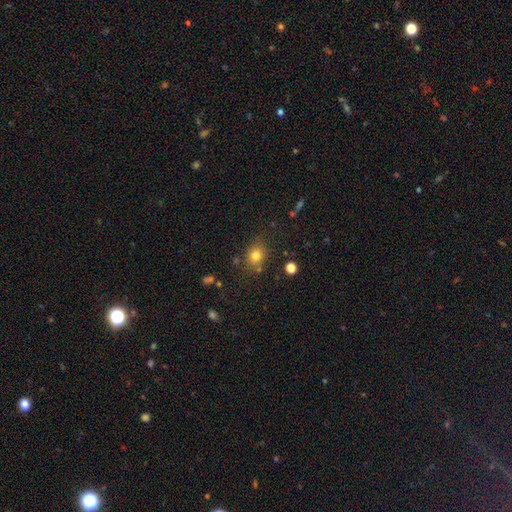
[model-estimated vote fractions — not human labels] Morphology: type=smooth (79%); roundness=round (63%); merging=none (78%).